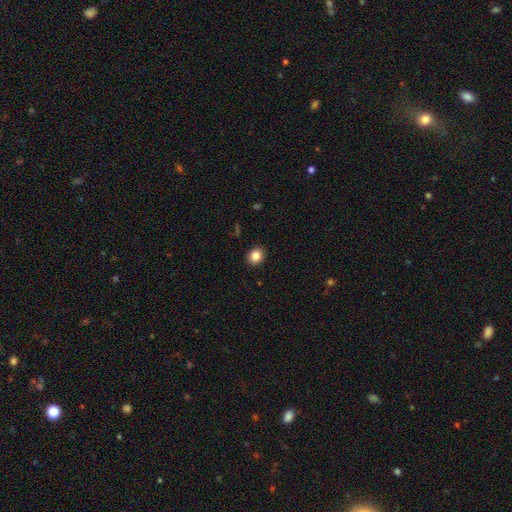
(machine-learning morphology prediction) This appears to be a smooth galaxy with no disk features (85%) that is round (62%). Merging: none (91%).